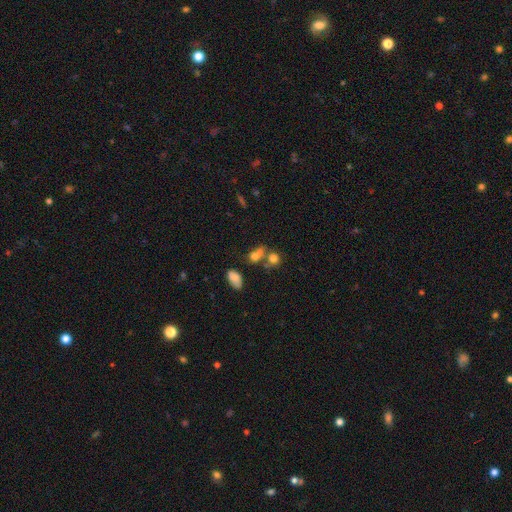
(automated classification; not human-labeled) A smooth galaxy with no disk features (68%) that is round (57%). Merging: merger (46%).